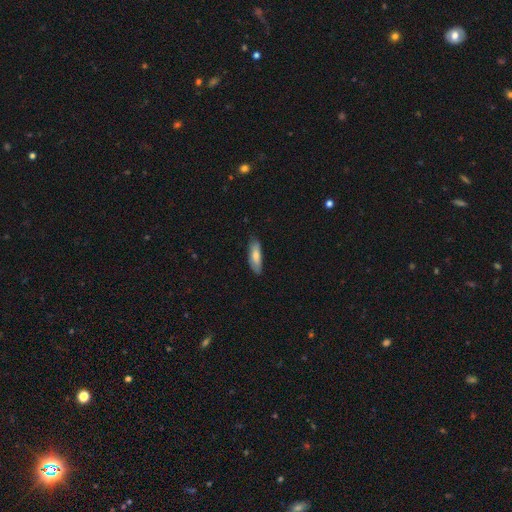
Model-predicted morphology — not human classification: This appears to be a smooth galaxy with no disk features (75%) that is in between round and cigar-shaped (52%). Merging: none (79%).